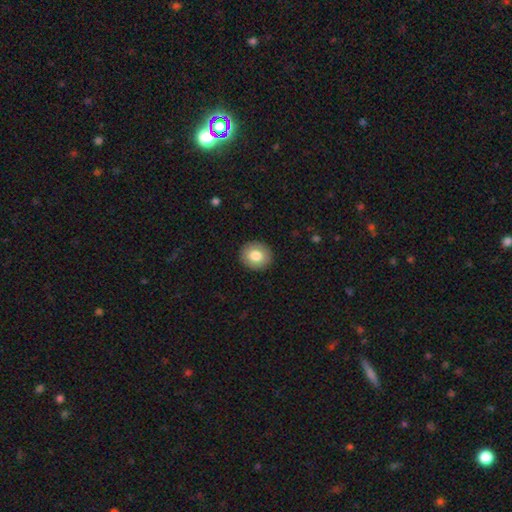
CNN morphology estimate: Smooth or featured? Predicted: smooth (p=0.80). How rounded? Predicted: round (p=0.80). Merging? Predicted: none (p=0.92).